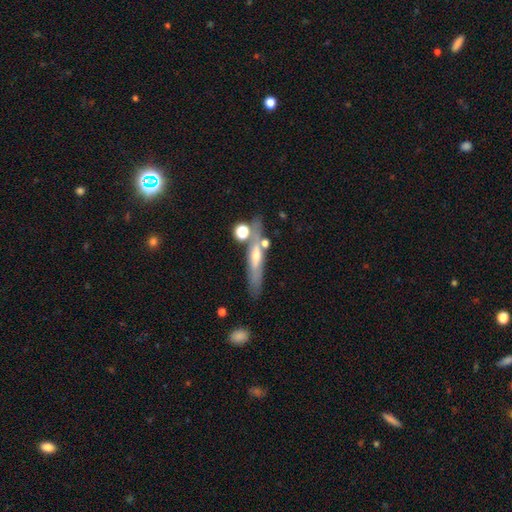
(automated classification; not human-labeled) Morphology: type=featured or disk (54%); edge-on=yes (79%); merging=none (69%).